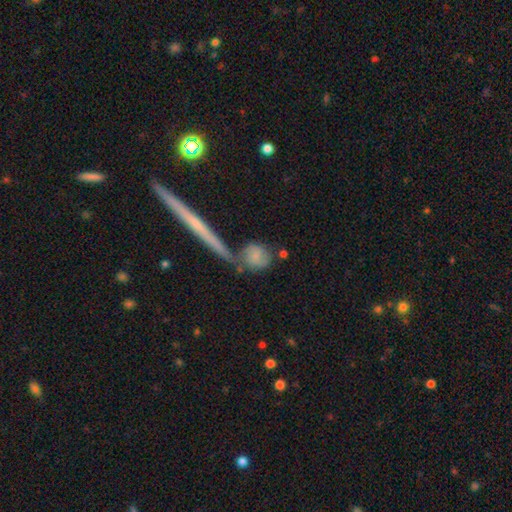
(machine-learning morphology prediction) A smooth galaxy with no disk features (72%) that is round (66%).

Vote fractions:
- Smooth or featured? smooth: 72% / featured or disk: 20% / star or artifact: 8%
- How rounded? round: 66% / in between: 23% / cigar-shaped: 10%
- Merging? none: 51% / merger: 24% / minor disturbance: 16% / major disturbance: 9%